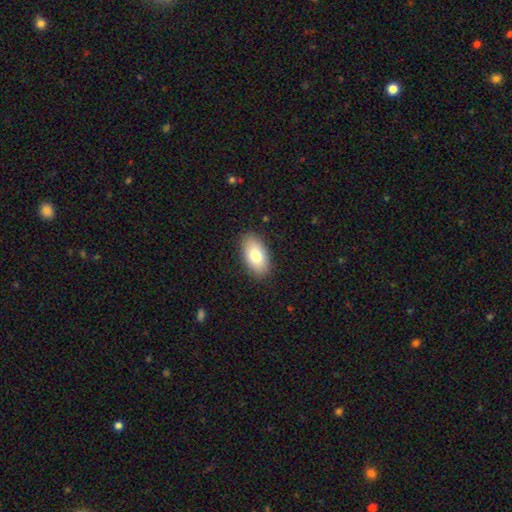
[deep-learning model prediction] Smooth or featured?
  - smooth: 79% *
  - featured or disk: 14%
  - star or artifact: 7%
How rounded?
  - in between: 94% *
  - round: 4%
  - cigar-shaped: 3%
Merging?
  - none: 88% *
  - minor disturbance: 9%
  - major disturbance: 2%
  - merger: 1%